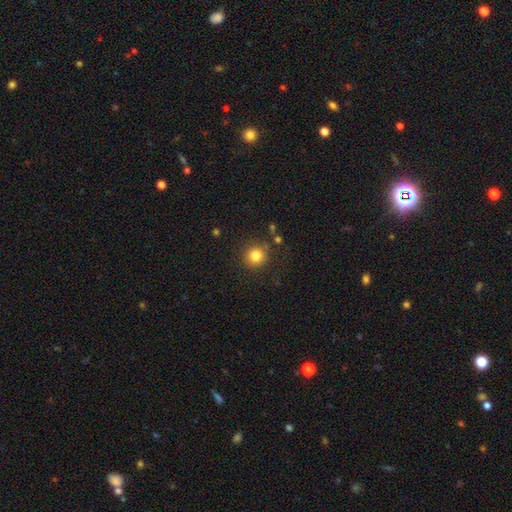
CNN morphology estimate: Smooth or featured: smooth — 82% (star or artifact — 12%)
How rounded: round — 93% (in between — 6%)
Merging: none — 84% (minor disturbance — 9%)